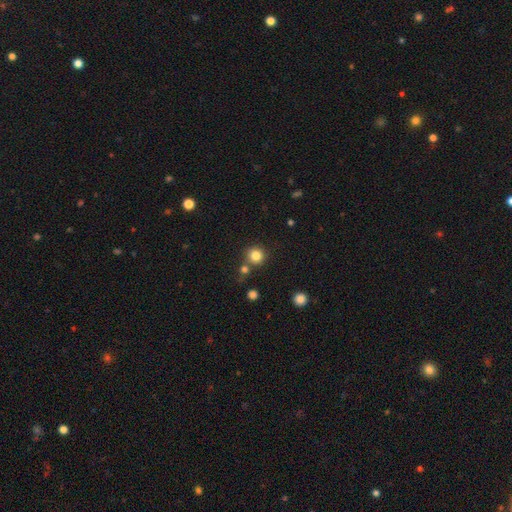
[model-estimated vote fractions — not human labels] smooth-or-featured: smooth: 82% | star or artifact: 12% | featured or disk: 6%
  how-rounded: round: 92% | in between: 7% | cigar-shaped: 1%
  merging: none: 77% | merger: 12% | minor disturbance: 8% | major disturbance: 3%